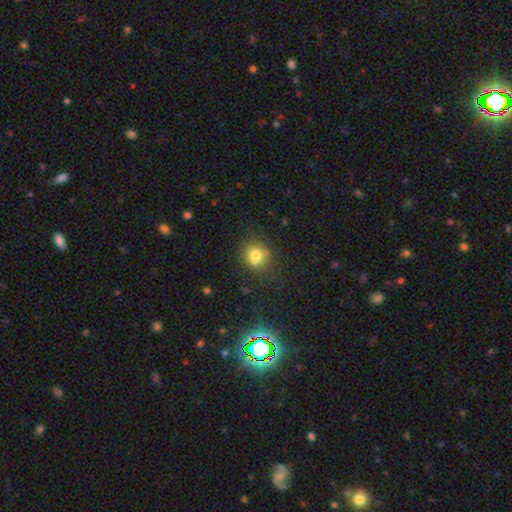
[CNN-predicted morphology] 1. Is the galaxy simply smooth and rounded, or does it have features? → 73% smooth, 15% star or artifact, 12% featured or disk.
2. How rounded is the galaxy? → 77% round, 22% in between, 1% cigar-shaped.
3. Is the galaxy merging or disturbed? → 68% none, 16% minor disturbance, 10% merger, 6% major disturbance.